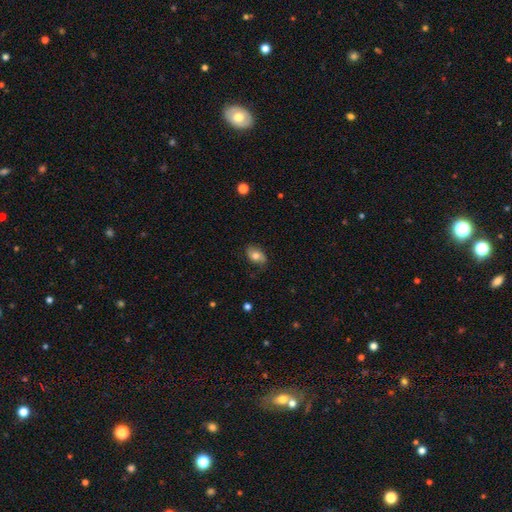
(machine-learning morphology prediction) This appears to be a smooth galaxy with no disk features (68%) that is in between round and cigar-shaped (86%). Merging: none (76%).